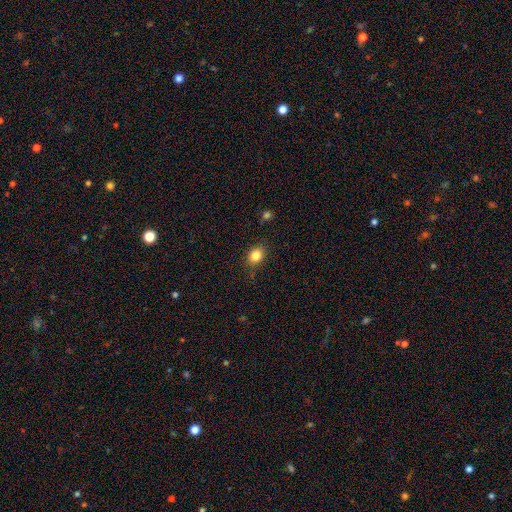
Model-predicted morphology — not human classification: Smooth or featured?
  - smooth: 83% *
  - star or artifact: 10%
  - featured or disk: 6%
How rounded?
  - in between: 53% *
  - round: 46%
  - cigar-shaped: 1%
Merging?
  - none: 81% *
  - minor disturbance: 14%
  - major disturbance: 3%
  - merger: 2%